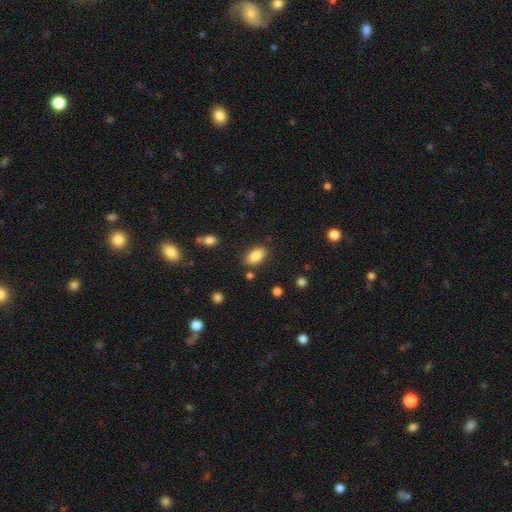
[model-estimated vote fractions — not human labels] smooth 86%, star or artifact 8%, featured or disk 6%. Down the decision tree: how rounded — in between (92%); merging — none (83%).